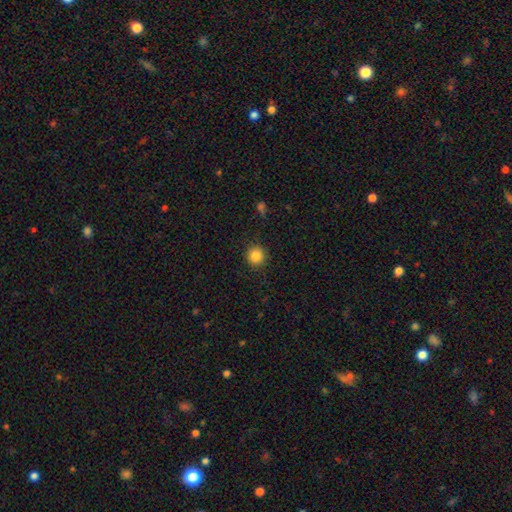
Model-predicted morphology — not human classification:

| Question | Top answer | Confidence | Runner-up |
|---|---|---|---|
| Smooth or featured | smooth | 86% | star or artifact (10%) |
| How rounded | round | 92% | in between (7%) |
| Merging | none | 90% | minor disturbance (6%) |